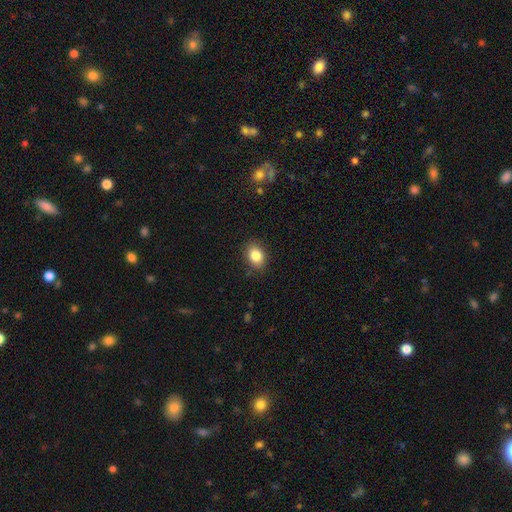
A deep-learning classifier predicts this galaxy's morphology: Q: Smooth or featured?
A: smooth (85%); runner-up: star or artifact (9%)
Q: How rounded?
A: in between (69%); runner-up: round (30%)
Q: Merging?
A: none (87%); runner-up: minor disturbance (10%)